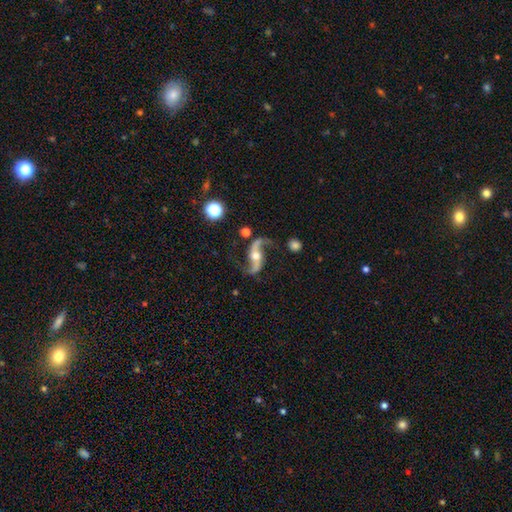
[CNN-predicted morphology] A featured or disk galaxy (90%) with no bar (48%), 2 (94%) loose (87%) spiral arms (97%) and a moderate central bulge (66%). Merging: none (77%).